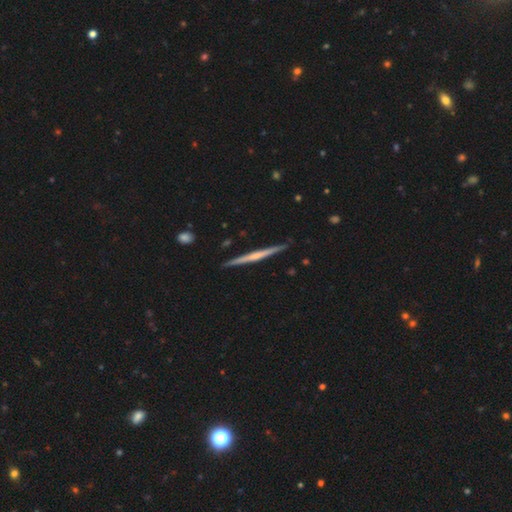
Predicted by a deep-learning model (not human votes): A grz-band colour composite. It shows a featured or disk galaxy (66%) viewed edge-on (98%) with no central bulge (55%). Merging: none (90%).